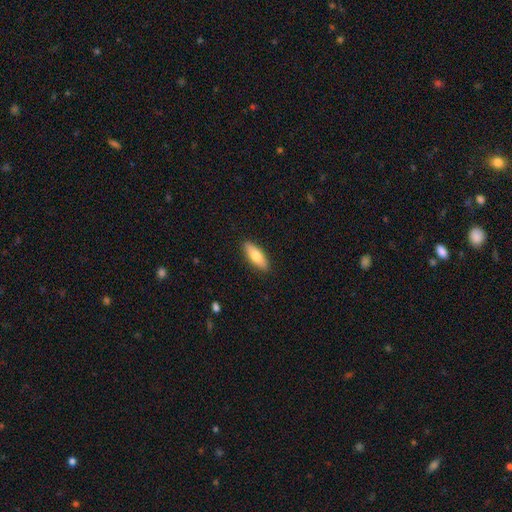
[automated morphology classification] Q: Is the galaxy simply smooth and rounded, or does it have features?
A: smooth — 77%.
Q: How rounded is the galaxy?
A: in between — 64%.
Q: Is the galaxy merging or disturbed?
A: none — 89%.